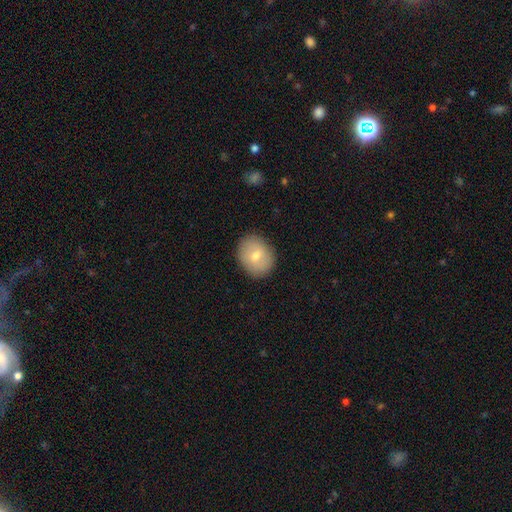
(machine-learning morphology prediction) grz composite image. It shows a smooth galaxy with no disk features (69%) that is round (56%). Merging: none (88%).